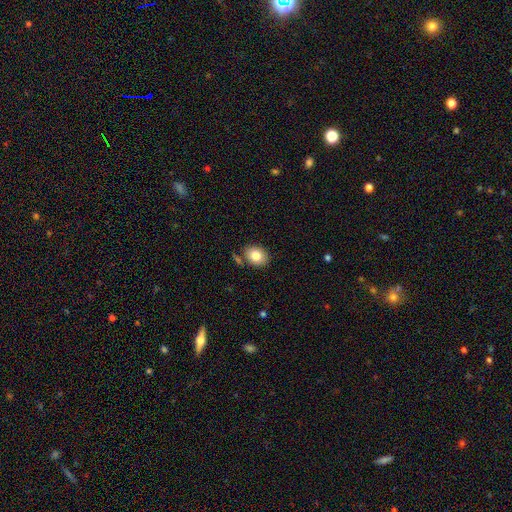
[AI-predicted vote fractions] This is clearly a smooth galaxy (82%). How rounded: likely in between (65%). Merging: likely none (78%).